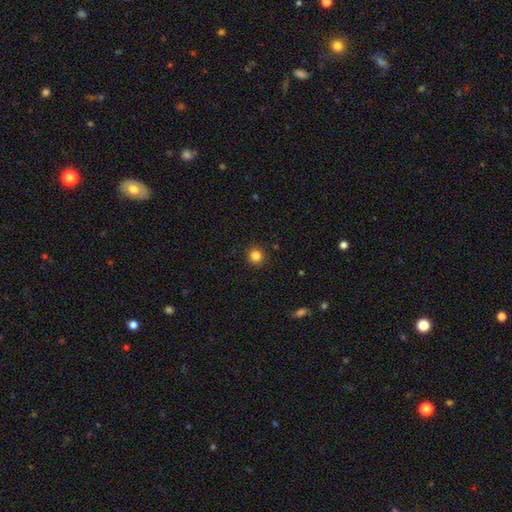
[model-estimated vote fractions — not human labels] smooth_or_featured: smooth (p=0.83) [alt: star or artifact p=0.12]
how_rounded: round (p=0.93) [alt: in between p=0.06]
merging: none (p=0.92) [alt: minor disturbance p=0.06]